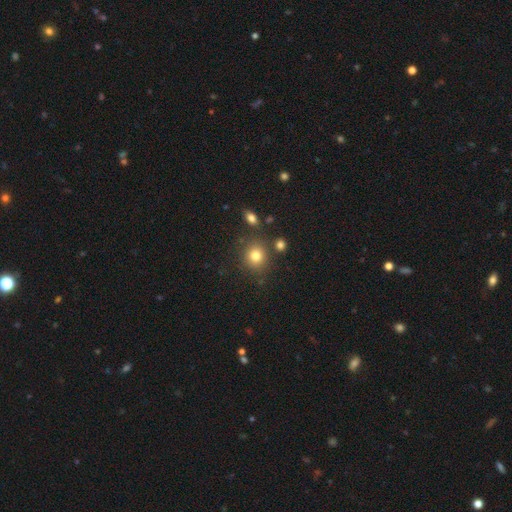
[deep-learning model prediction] smooth-or-featured: smooth: 80% | star or artifact: 12% | featured or disk: 8%
  how-rounded: round: 83% | in between: 16% | cigar-shaped: 1%
  merging: none: 80% | minor disturbance: 10% | merger: 7% | major disturbance: 4%